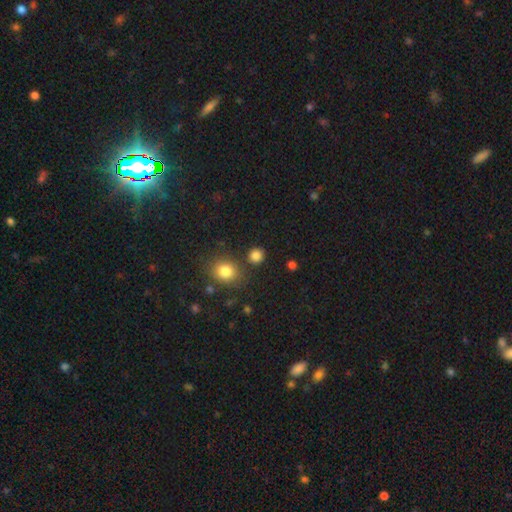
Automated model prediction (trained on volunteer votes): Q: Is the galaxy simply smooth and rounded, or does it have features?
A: smooth — 83%.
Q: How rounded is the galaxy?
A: round — 89%.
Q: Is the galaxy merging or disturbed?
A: none — 84%.